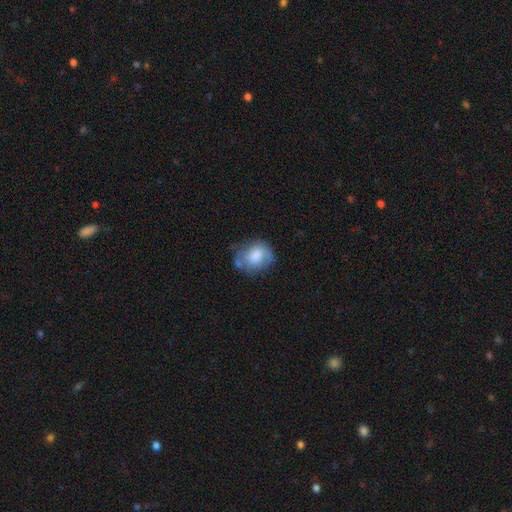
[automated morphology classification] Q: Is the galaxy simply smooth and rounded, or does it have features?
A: smooth — 72%.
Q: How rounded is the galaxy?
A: round — 59%.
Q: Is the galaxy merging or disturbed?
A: none — 52%.